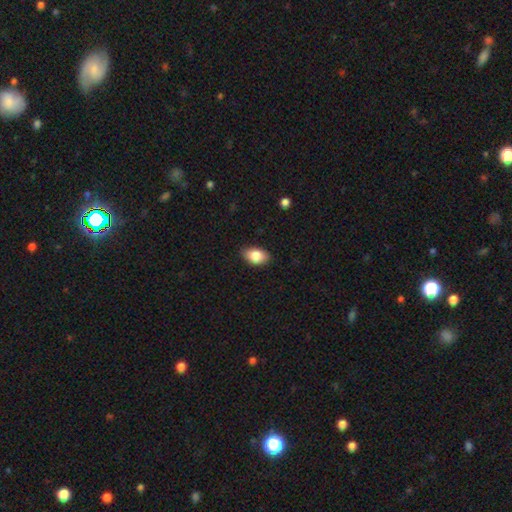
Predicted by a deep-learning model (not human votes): Overall: smooth (84%). How rounded: in between (88%). Merging: none (81%).